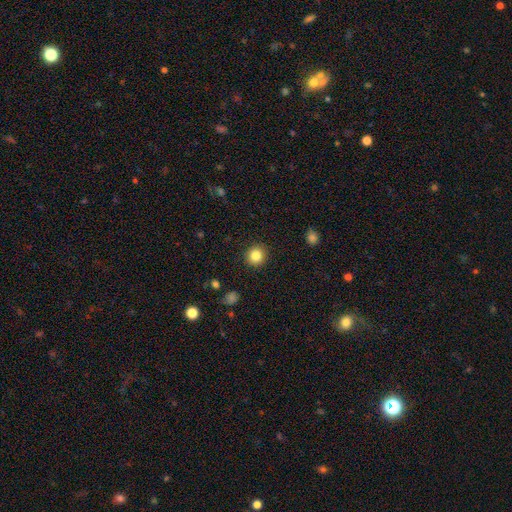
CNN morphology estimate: Smooth or featured: smooth — 84% (star or artifact — 11%)
How rounded: round — 90% (in between — 9%)
Merging: none — 91% (minor disturbance — 6%)